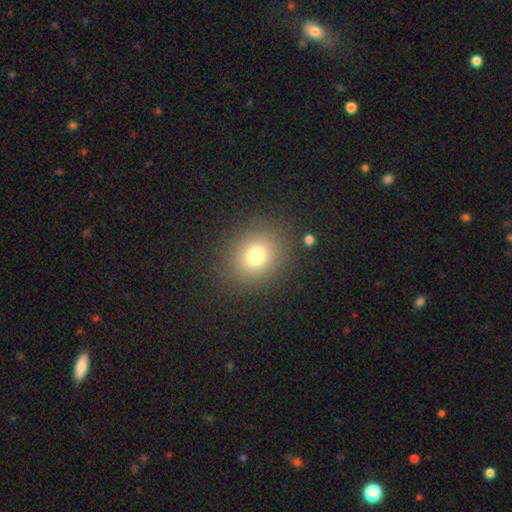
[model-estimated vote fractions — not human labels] smooth-or-featured: smooth: 77% | star or artifact: 14% | featured or disk: 9%
  how-rounded: round: 66% | in between: 33% | cigar-shaped: 1%
  merging: none: 87% | minor disturbance: 8% | major disturbance: 4% | merger: 2%